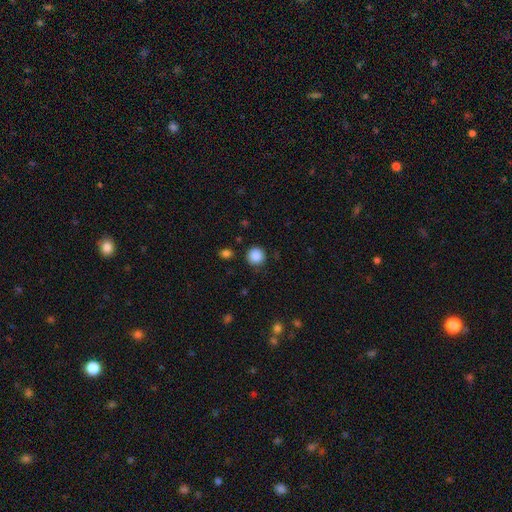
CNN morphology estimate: type=smooth (87%); roundness=round (94%); merging=none (85%).